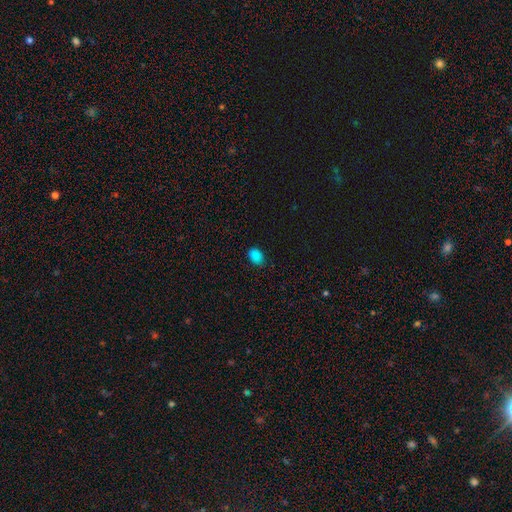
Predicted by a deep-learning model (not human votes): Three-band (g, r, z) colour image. It shows a smooth galaxy with no disk features (84%) that is in between round and cigar-shaped (78%). Merging: none (84%).